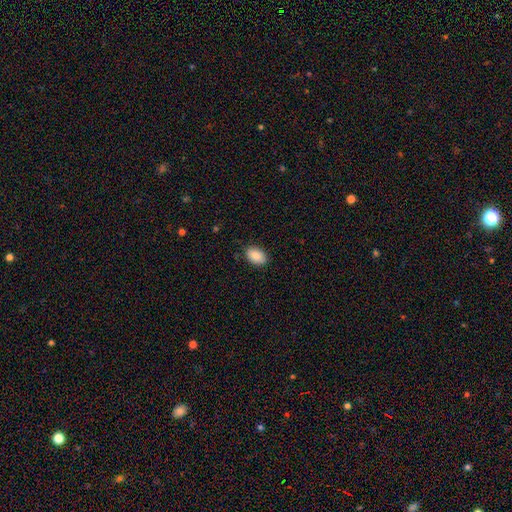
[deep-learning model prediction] Smooth or featured?
  - smooth: 88% *
  - star or artifact: 7%
  - featured or disk: 5%
How rounded?
  - in between: 89% *
  - round: 10%
  - cigar-shaped: 1%
Merging?
  - none: 85% *
  - minor disturbance: 11%
  - major disturbance: 2%
  - merger: 1%